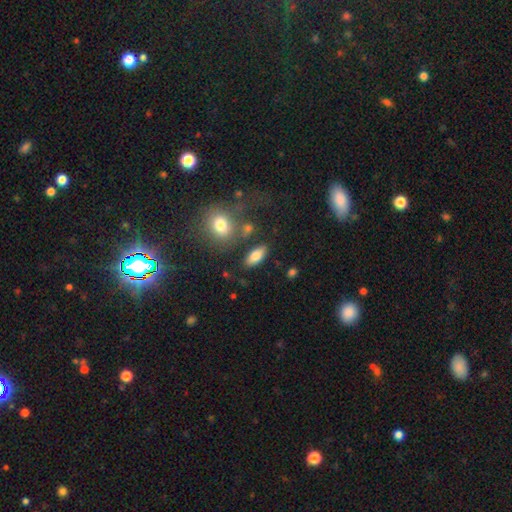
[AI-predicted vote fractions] A smooth galaxy with no disk features (80%) that is in between round and cigar-shaped (86%). Merging: none (81%).